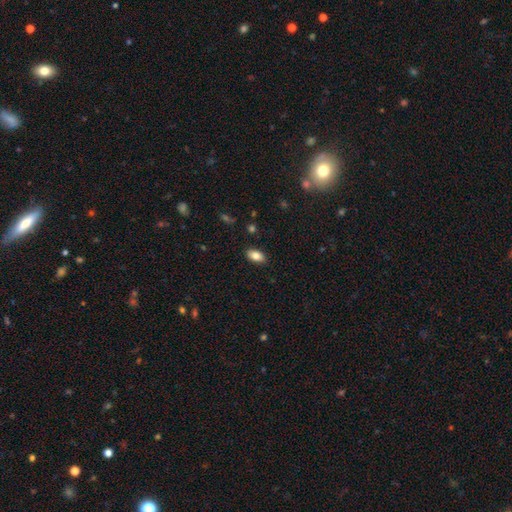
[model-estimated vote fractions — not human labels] A smooth galaxy with no disk features (83%) that is in between round and cigar-shaped (92%). Merging: none (88%).